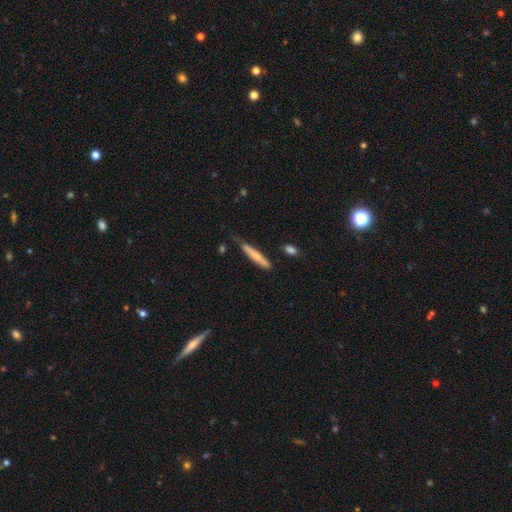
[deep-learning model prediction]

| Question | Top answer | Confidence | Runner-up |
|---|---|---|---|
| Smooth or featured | smooth | 61% | featured or disk (33%) |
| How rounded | cigar-shaped | 92% | in between (7%) |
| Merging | none | 60% | minor disturbance (29%) |